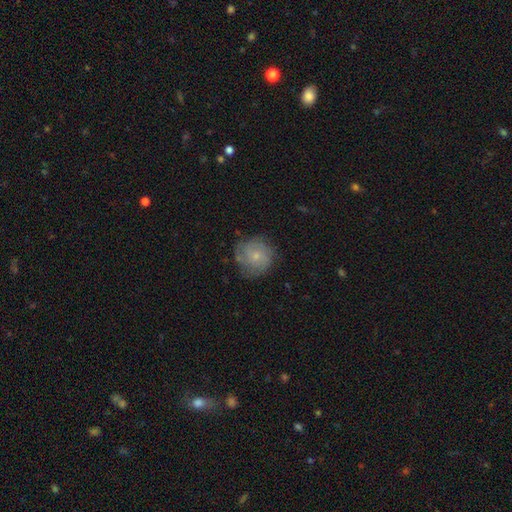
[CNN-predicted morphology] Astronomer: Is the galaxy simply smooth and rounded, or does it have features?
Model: featured or disk — 54% (runner-up: smooth, 38%).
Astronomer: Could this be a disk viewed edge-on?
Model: no — 98%.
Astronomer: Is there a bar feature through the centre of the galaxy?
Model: no — 81%.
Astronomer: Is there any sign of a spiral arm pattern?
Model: yes — 83%.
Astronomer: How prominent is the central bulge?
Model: small — 72%.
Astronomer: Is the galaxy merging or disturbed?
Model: none — 73%.